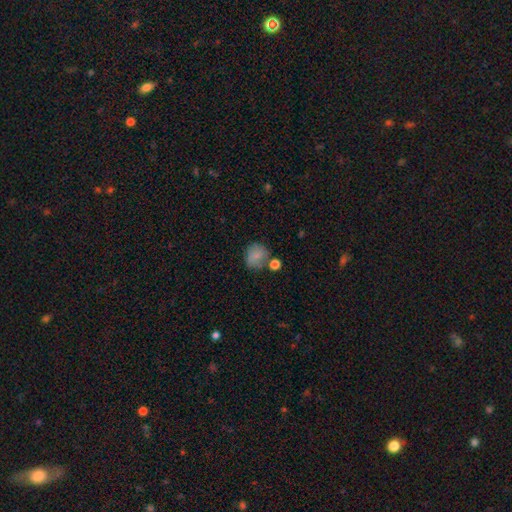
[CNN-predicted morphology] smooth_or_featured: smooth (p=0.80) [alt: featured or disk p=0.11]
how_rounded: round (p=0.79) [alt: in between p=0.20]
merging: none (p=0.59) [alt: minor disturbance p=0.19]